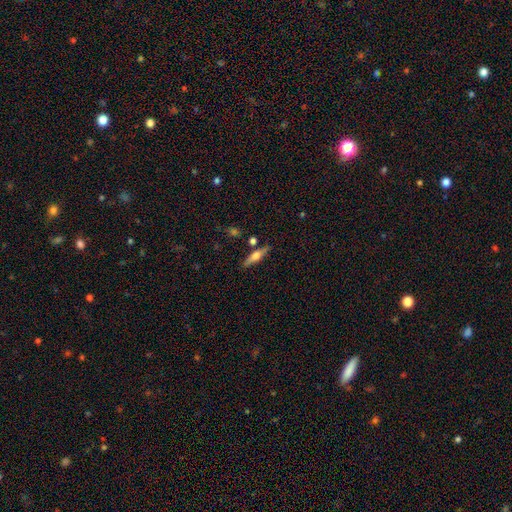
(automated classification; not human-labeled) smooth_or_featured: featured or disk (p=0.49) [alt: smooth p=0.44]
merging: none (p=0.79) [alt: minor disturbance p=0.12]